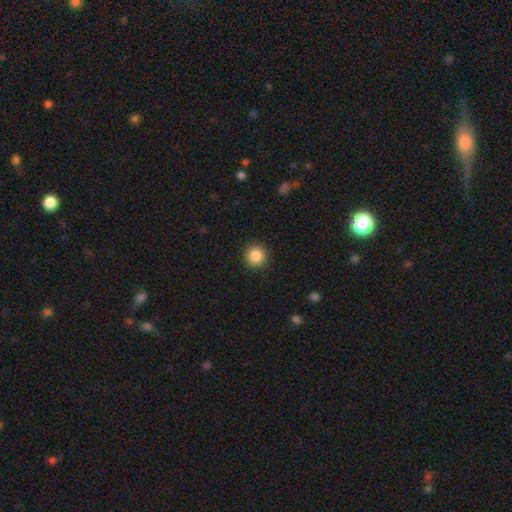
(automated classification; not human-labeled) Smooth or featured: smooth — 87% (star or artifact — 10%)
How rounded: round — 94% (in between — 5%)
Merging: none — 92% (minor disturbance — 5%)